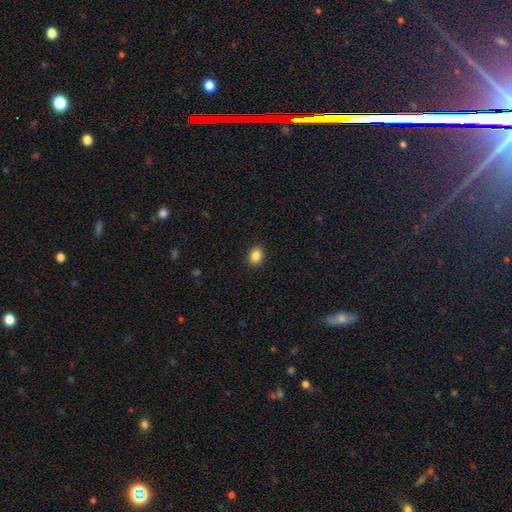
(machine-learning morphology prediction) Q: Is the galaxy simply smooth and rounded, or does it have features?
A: smooth — 86%.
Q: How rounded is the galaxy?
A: round — 52%.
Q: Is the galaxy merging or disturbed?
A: none — 91%.